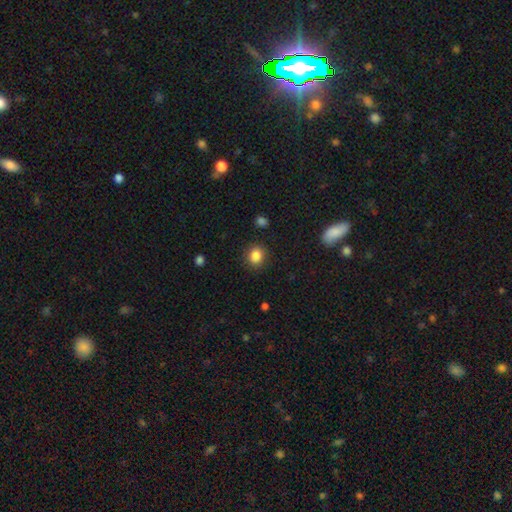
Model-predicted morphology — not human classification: The model was most divided on "how rounded": round: 73%, in between: 26%, cigar-shaped: 1%. More confident: merging — none (88%); smooth or featured — smooth (86%).